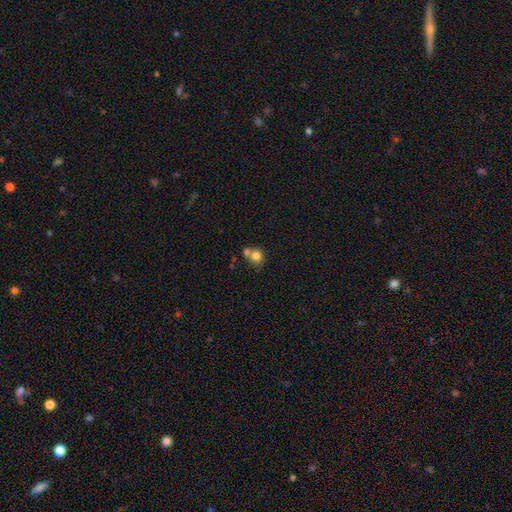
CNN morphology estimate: Smooth or featured?
  - smooth: 79% *
  - featured or disk: 11%
  - star or artifact: 10%
How rounded?
  - round: 80% *
  - in between: 19%
  - cigar-shaped: 1%
Merging?
  - merger: 44% *
  - none: 43%
  - minor disturbance: 9%
  - major disturbance: 4%